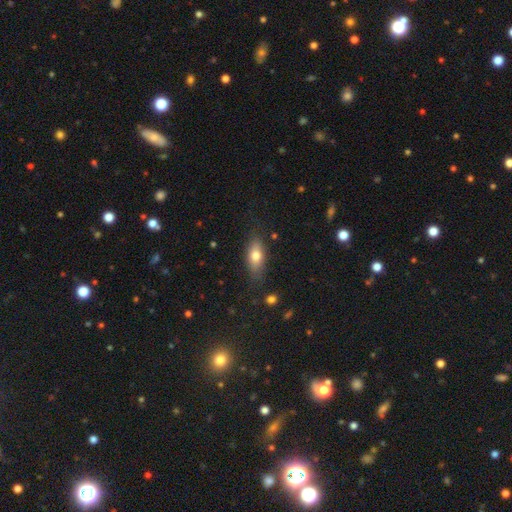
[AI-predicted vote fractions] smooth_or_featured: smooth (p=0.73) [alt: featured or disk p=0.20]
how_rounded: in between (p=0.78) [alt: cigar-shaped p=0.16]
merging: none (p=0.79) [alt: minor disturbance p=0.16]